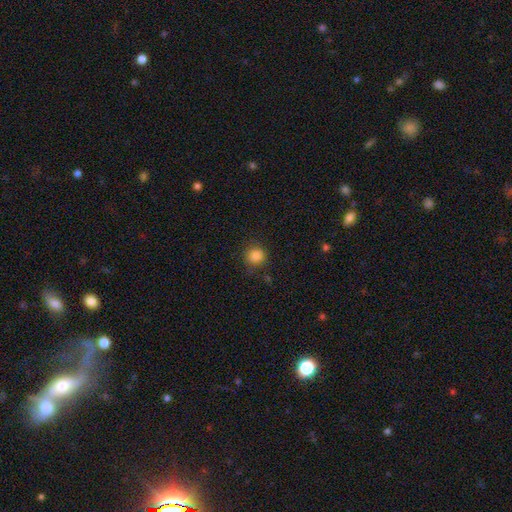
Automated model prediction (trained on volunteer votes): This is clearly a smooth galaxy (85%). How rounded: clearly round (91%). Merging: clearly none (83%).